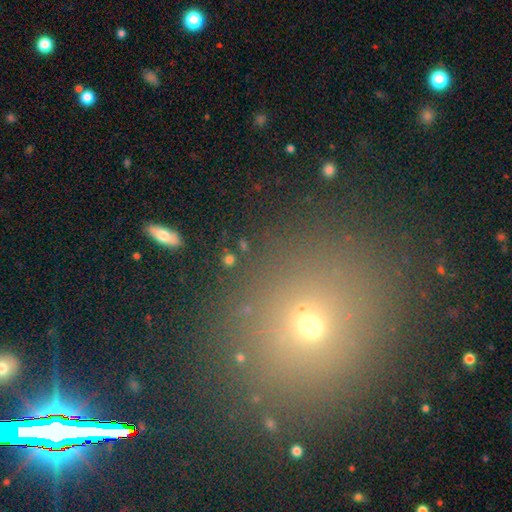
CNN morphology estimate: Smooth or featured?
  - smooth: 49% *
  - star or artifact: 39%
  - featured or disk: 12%
Merging?
  - none: 85% *
  - minor disturbance: 8%
  - merger: 4%
  - major disturbance: 4%